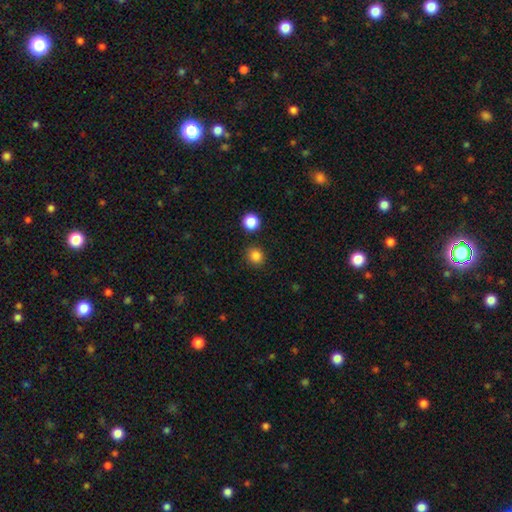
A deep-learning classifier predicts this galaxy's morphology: This appears to be a smooth galaxy with no disk features (84%) that is round (86%). Merging: none (88%).